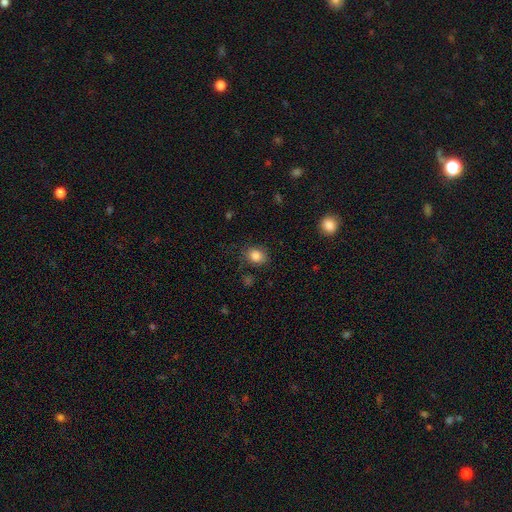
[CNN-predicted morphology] Smooth or featured? smooth (84%)
How rounded? round (52%)
Merging? none (79%)